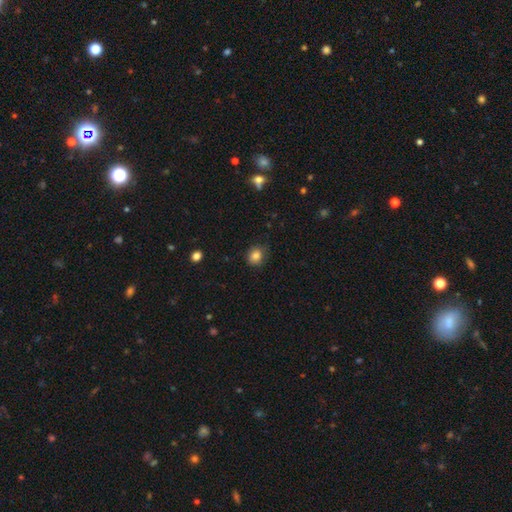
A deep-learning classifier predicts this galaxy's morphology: smooth-or-featured: smooth: 84% | star or artifact: 11% | featured or disk: 5%
  how-rounded: round: 71% | in between: 28% | cigar-shaped: 1%
  merging: none: 79% | minor disturbance: 17% | major disturbance: 3% | merger: 1%